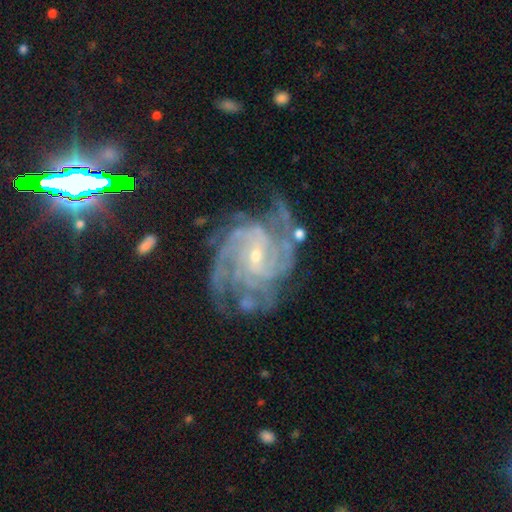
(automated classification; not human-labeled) Overall: featured or disk (91%). Edge-on disk: no (98%). Bar: weak (44%; no 40%). Spiral arms: yes (98%). Spiral arm count: 4 (27%; 3 20%). Spiral winding: tight (58%; medium 35%). Bulge size: small (76%). Merging: none (62%).